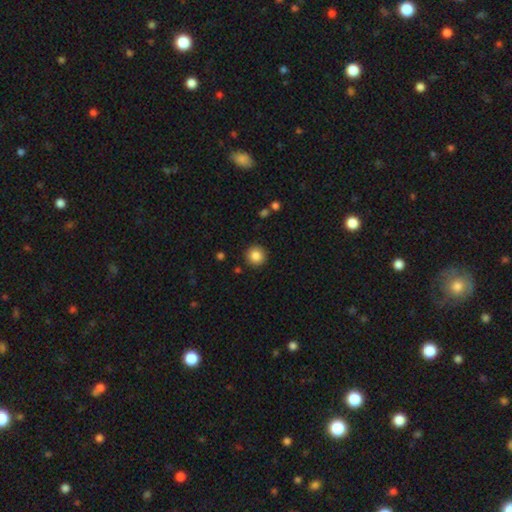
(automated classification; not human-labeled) smooth 86%, star or artifact 9%, featured or disk 5%. Down the decision tree: how rounded — round (95%); merging — none (91%).